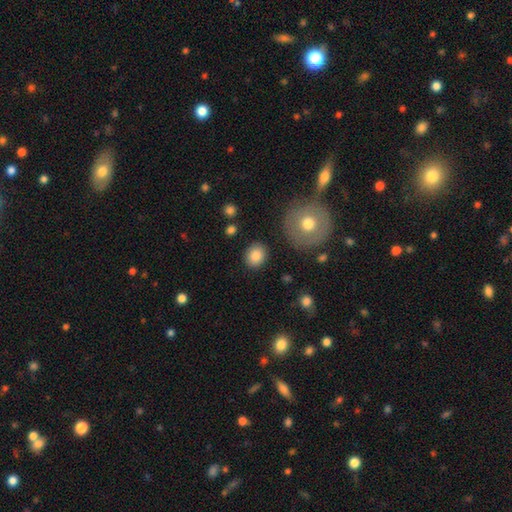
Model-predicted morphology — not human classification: Smooth or featured?
  - smooth: 85% *
  - star or artifact: 8%
  - featured or disk: 7%
How rounded?
  - round: 66% *
  - in between: 34%
  - cigar-shaped: 1%
Merging?
  - none: 87% *
  - minor disturbance: 8%
  - major disturbance: 3%
  - merger: 2%